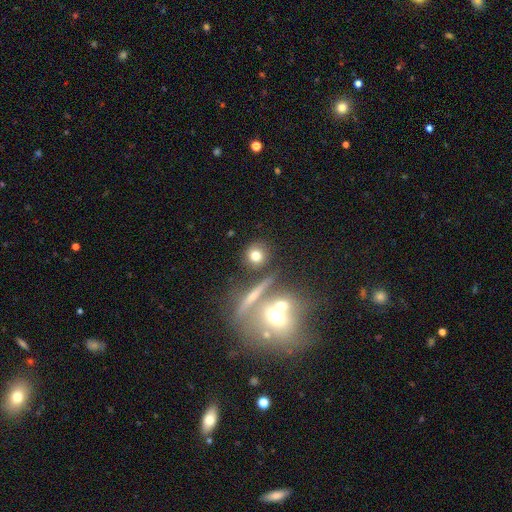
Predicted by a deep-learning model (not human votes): smooth 73%, featured or disk 15%, star or artifact 13%. Down the decision tree: how rounded — round (86%); merging — none (77%).